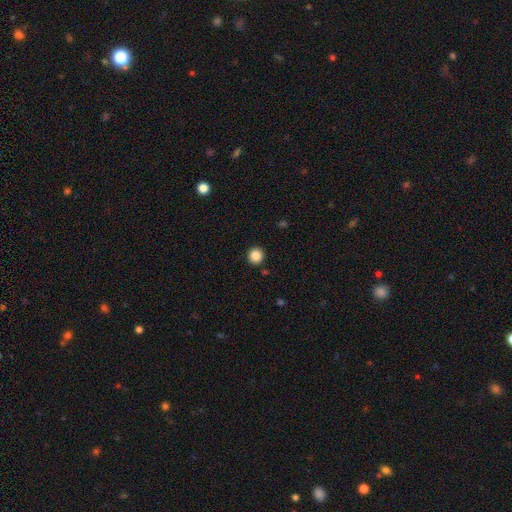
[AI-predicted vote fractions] Smooth or featured? smooth (86%)
How rounded? round (94%)
Merging? none (92%)